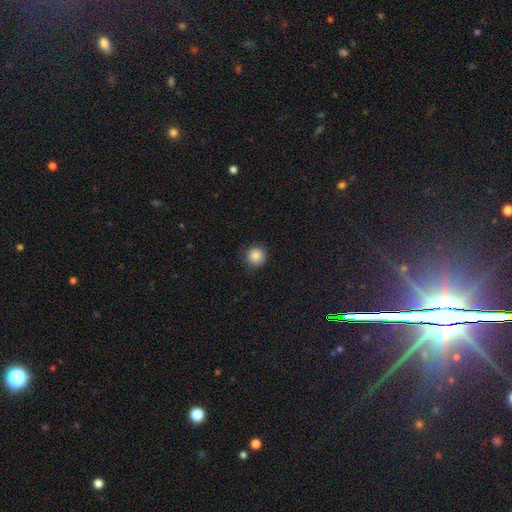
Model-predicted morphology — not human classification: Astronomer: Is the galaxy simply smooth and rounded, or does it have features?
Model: smooth — 86%.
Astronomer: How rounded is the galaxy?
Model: round — 94%.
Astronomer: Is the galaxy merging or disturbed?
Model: none — 86%.